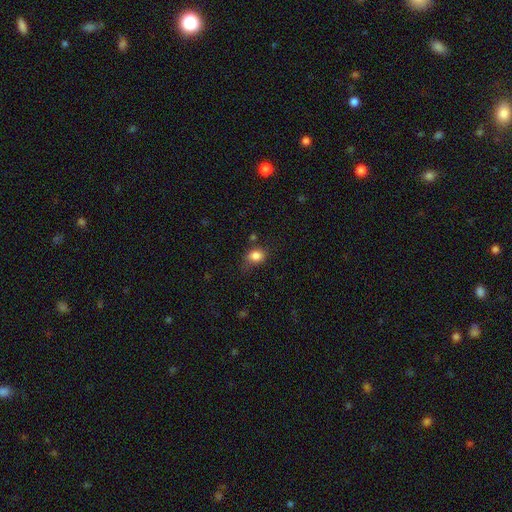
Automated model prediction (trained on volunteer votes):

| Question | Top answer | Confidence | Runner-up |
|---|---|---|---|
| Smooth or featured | smooth | 84% | star or artifact (10%) |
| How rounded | in between | 56% | round (43%) |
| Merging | none | 61% | minor disturbance (28%) |